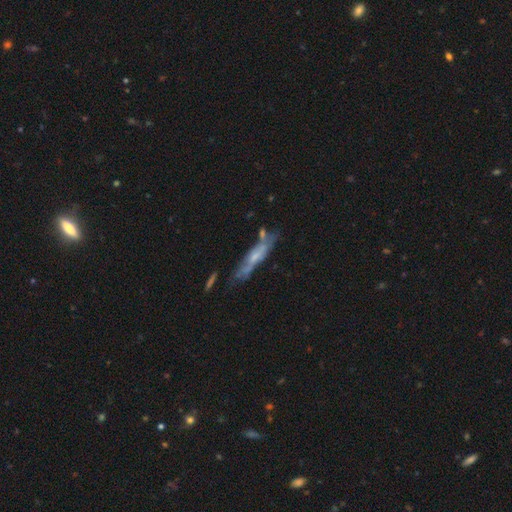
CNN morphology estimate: This is possibly a featured or disk galaxy (57%). It is likely viewed edge-on (62%). Merging: possibly none (55%).